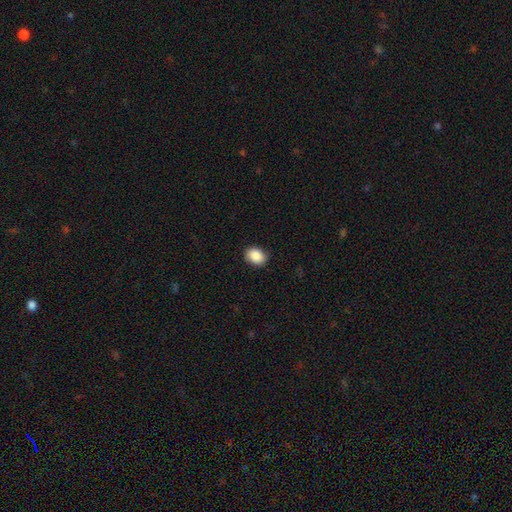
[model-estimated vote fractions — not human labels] Q: Smooth or featured?
A: smooth (88%); runner-up: star or artifact (8%)
Q: How rounded?
A: in between (64%); runner-up: round (35%)
Q: Merging?
A: none (87%); runner-up: minor disturbance (10%)